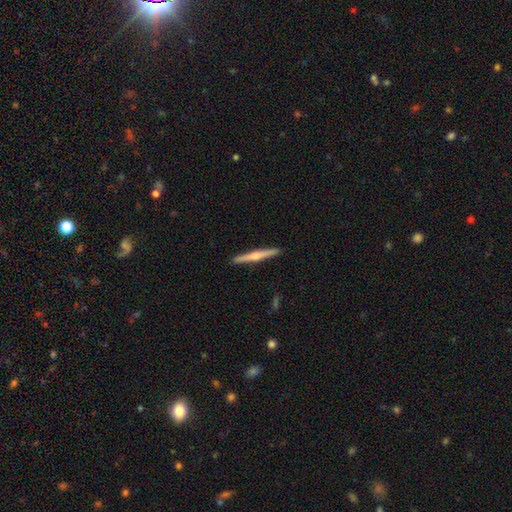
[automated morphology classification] This appears to be a featured or disk galaxy (55%) viewed edge-on (98%) with a rounded central bulge (69%). Merging: none (92%).